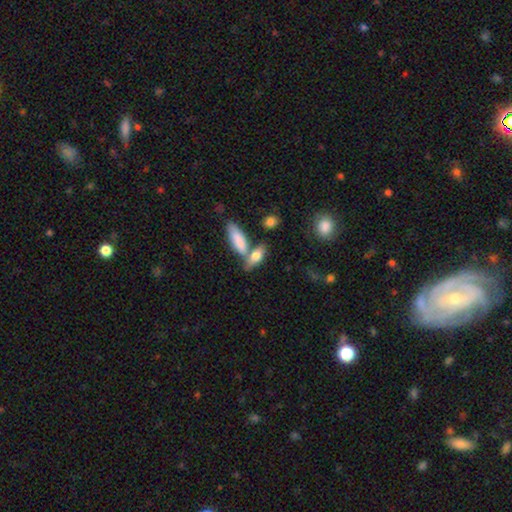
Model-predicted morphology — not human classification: Overall: smooth (75%). How rounded: in between (68%; cigar-shaped 29%). Merging: none (51%; merger 31%).